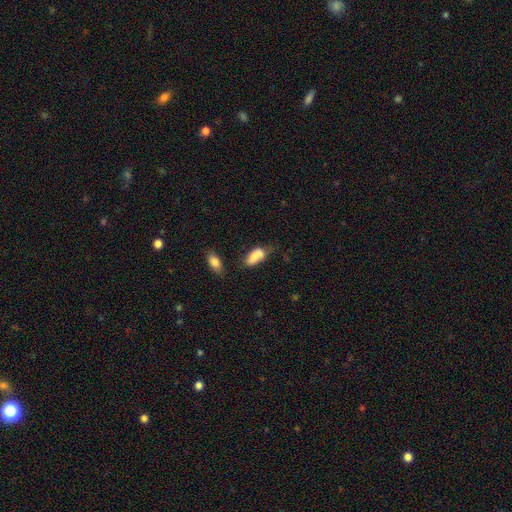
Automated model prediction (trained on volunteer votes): Smooth or featured: smooth — 78% (featured or disk — 13%)
How rounded: in between — 83% (cigar-shaped — 14%)
Merging: none — 42% (minor disturbance — 31%)